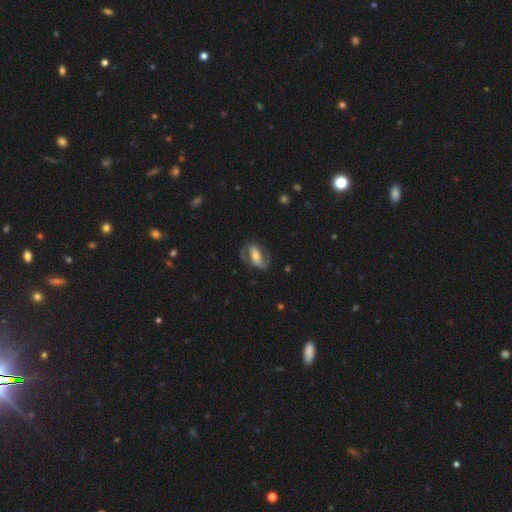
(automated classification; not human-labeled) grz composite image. It shows a featured or disk galaxy (76%) with a strong bar (37%), 2 (87%) medium (47%) spiral arms (90%) and a moderate central bulge (57%). Merging: none (73%).